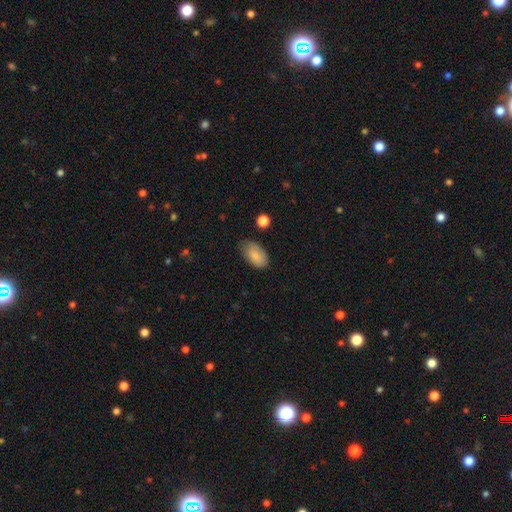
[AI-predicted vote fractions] Q: Smooth or featured?
A: smooth (85%); runner-up: featured or disk (9%)
Q: How rounded?
A: in between (94%); runner-up: round (4%)
Q: Merging?
A: none (62%); runner-up: minor disturbance (30%)